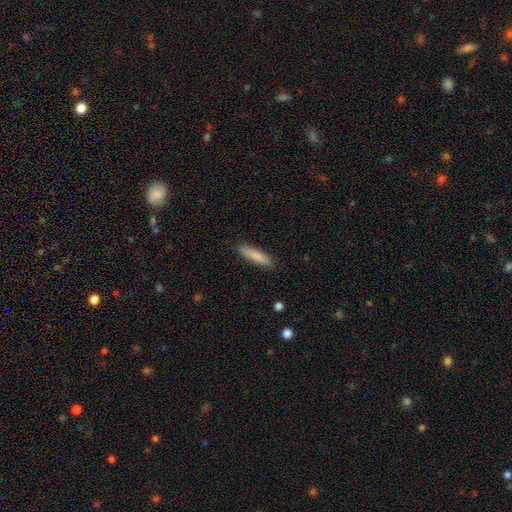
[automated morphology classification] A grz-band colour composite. It shows a smooth galaxy with no disk features (83%) that is cigar-shaped (79%). Merging: none (89%).